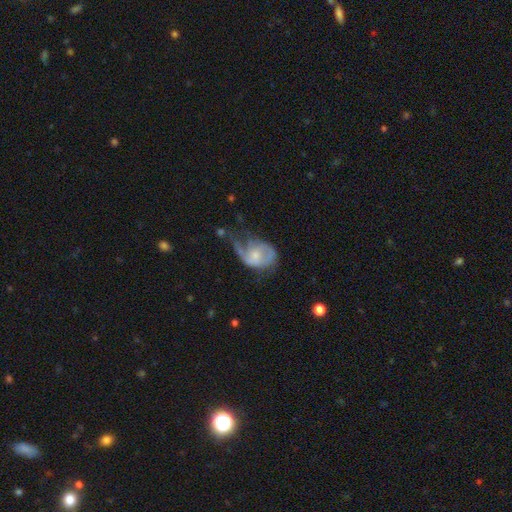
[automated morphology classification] Smooth or featured: featured or disk — 64% (smooth — 30%)
Edge-on disk: no — 97% (yes — 3%)
Bar: no — 66% (weak — 29%)
Spiral arms: yes — 78% (no — 22%)
Bulge size: moderate — 42% (small — 39%)
Merging: major disturbance — 44% (minor disturbance — 28%)